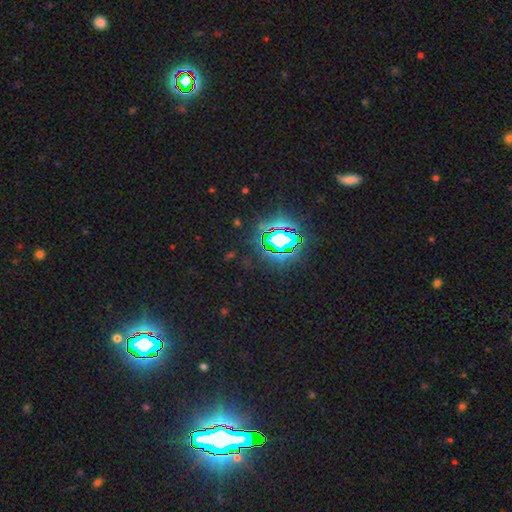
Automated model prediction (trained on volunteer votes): Overall: star or artifact (83%).